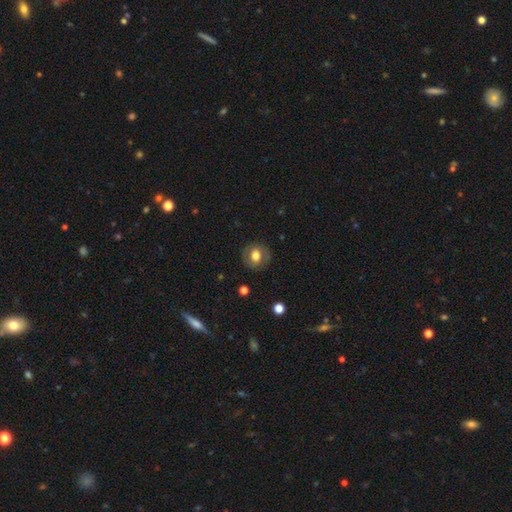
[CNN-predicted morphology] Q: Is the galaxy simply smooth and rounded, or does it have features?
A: smooth — 64%.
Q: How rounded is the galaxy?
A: round — 79%.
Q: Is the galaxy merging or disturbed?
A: none — 83%.